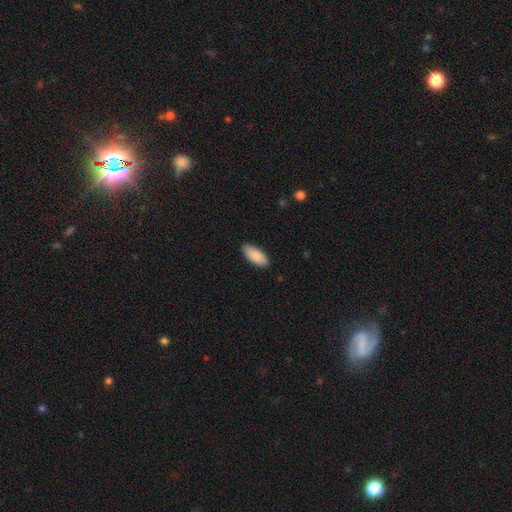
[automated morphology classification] Smooth or featured? Predicted: smooth (p=0.88). How rounded? Predicted: in between (p=0.86). Merging? Predicted: none (p=0.87).